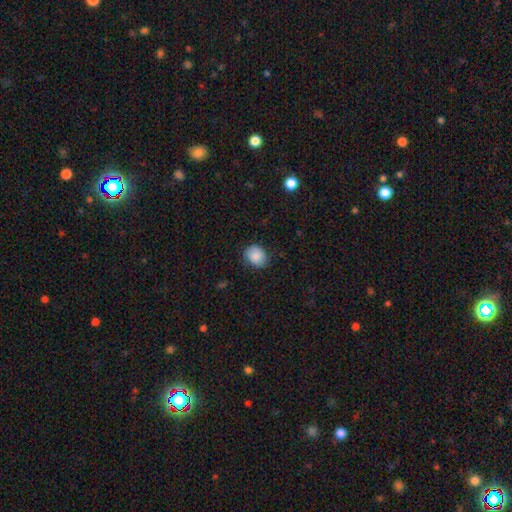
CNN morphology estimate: This is clearly a smooth galaxy (85%). How rounded: possibly in between (53%). Merging: likely none (77%).